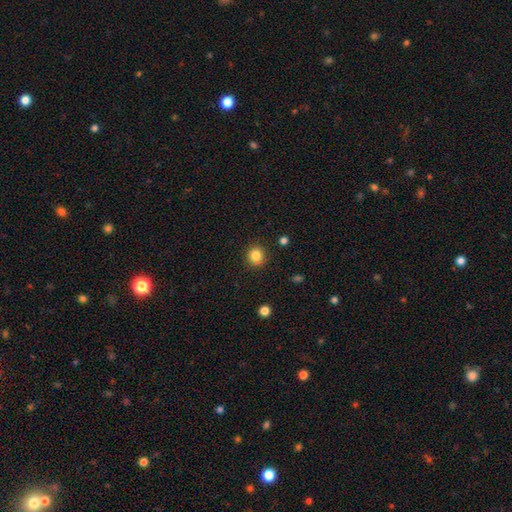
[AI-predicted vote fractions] A smooth galaxy with no disk features (84%) that is round (91%). Merging: none (90%).